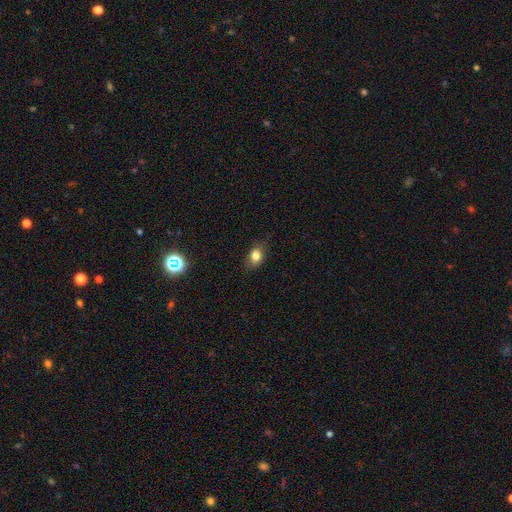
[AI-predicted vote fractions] Smooth or featured? smooth (79%)
How rounded? in between (67%)
Merging? none (76%)